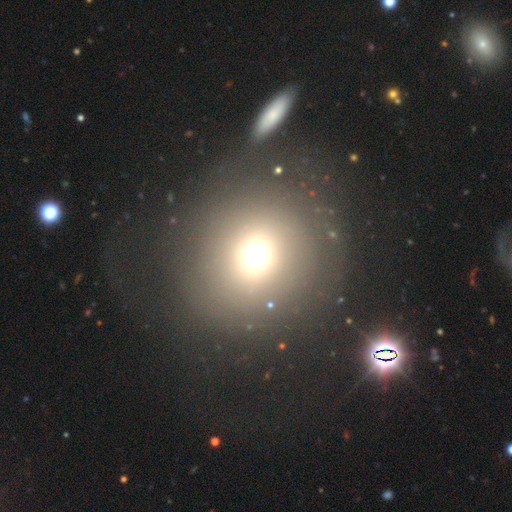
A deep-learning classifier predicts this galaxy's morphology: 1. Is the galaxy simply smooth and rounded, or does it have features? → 66% smooth, 23% star or artifact, 11% featured or disk.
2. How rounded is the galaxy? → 90% round, 9% in between, 1% cigar-shaped.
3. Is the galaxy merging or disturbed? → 78% none, 9% minor disturbance, 8% major disturbance, 5% merger.